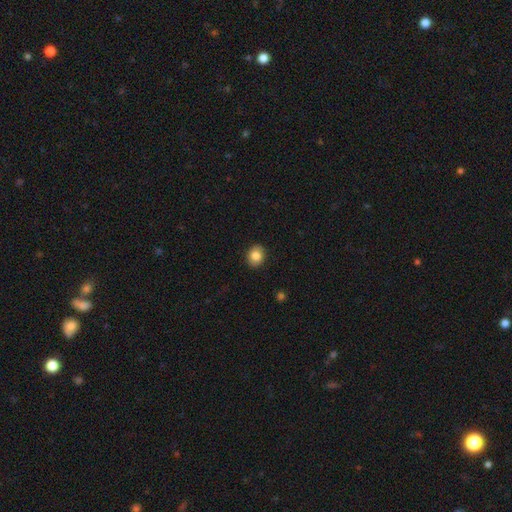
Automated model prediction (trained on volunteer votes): Morphology: type=smooth (85%); roundness=round (65%); merging=none (90%).